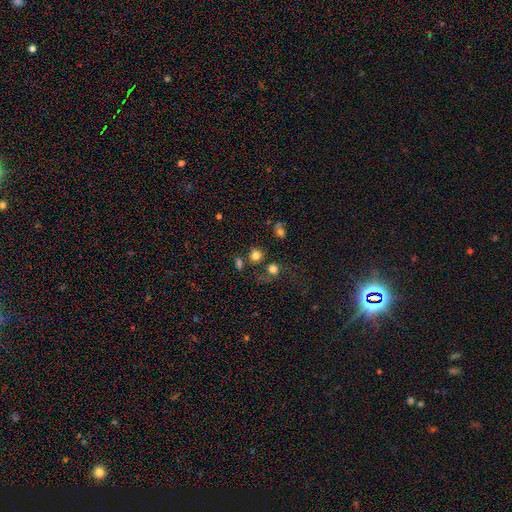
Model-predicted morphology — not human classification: smooth 77%, star or artifact 15%, featured or disk 8%. Down the decision tree: how rounded — round (84%); merging — none (67%).